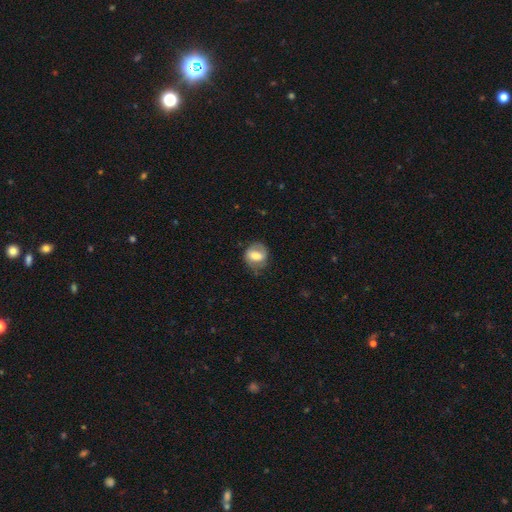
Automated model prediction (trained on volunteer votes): The model was most divided on "how rounded": round: 54%, in between: 45%, cigar-shaped: 2%. More confident: merging — none (64%); smooth or featured — smooth (53%).